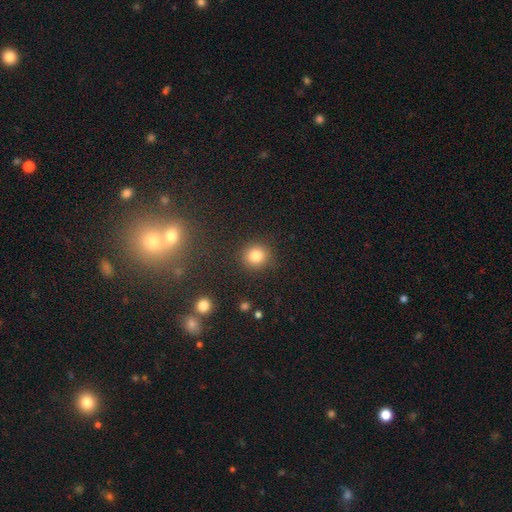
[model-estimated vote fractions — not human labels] This appears to be a smooth galaxy with no disk features (82%) that is round (89%). Merging: none (88%).